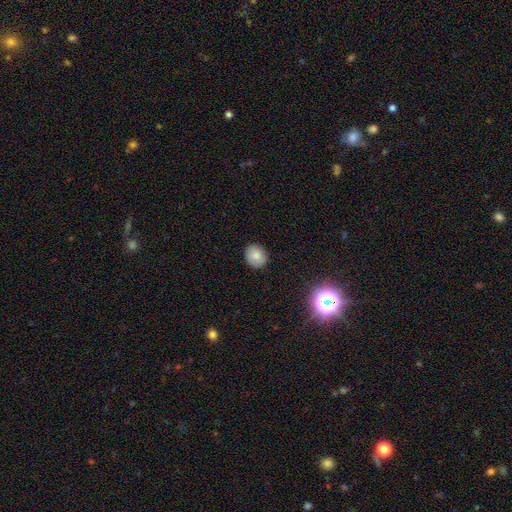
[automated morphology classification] Smooth or featured? Predicted: smooth (p=0.79). How rounded? Predicted: round (p=0.75). Merging? Predicted: none (p=0.87).